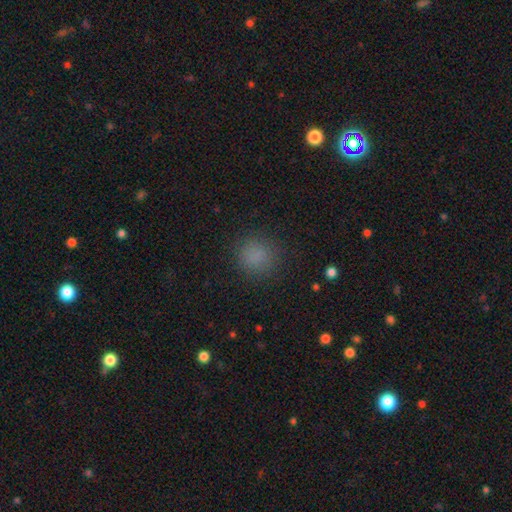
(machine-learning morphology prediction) This appears to be a smooth galaxy with no disk features (81%) that is round (90%). Merging: none (87%).